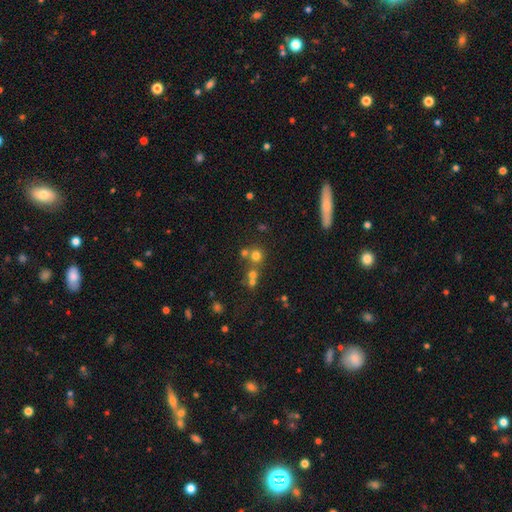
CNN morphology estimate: Q: Smooth or featured?
A: smooth (66%); runner-up: star or artifact (21%)
Q: How rounded?
A: round (90%); runner-up: in between (9%)
Q: Merging?
A: none (58%); runner-up: merger (32%)